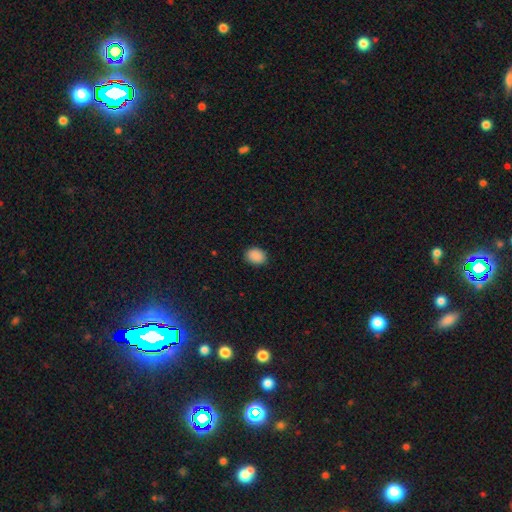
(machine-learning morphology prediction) Smooth or featured? Predicted: smooth (p=0.90). How rounded? Predicted: in between (p=0.62). Merging? Predicted: none (p=0.89).